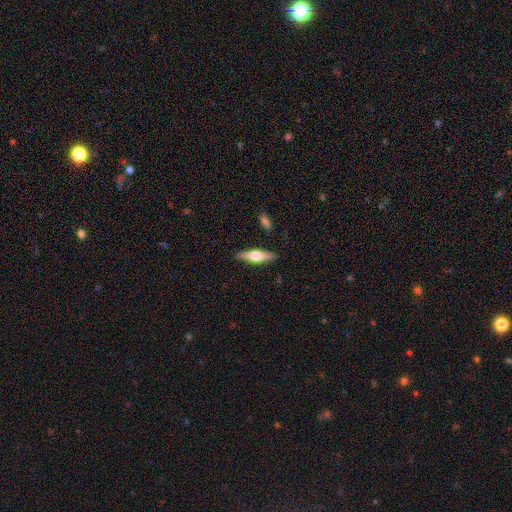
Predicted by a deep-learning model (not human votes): Q: Smooth or featured?
A: featured or disk (60%); runner-up: smooth (35%)
Q: Edge-on disk?
A: yes (96%); runner-up: no (4%)
Q: Edge-on bulge?
A: rounded (93%); runner-up: boxy (5%)
Q: Merging?
A: none (88%); runner-up: minor disturbance (8%)